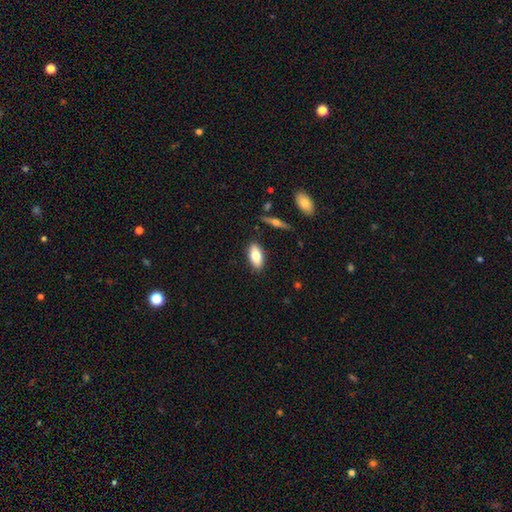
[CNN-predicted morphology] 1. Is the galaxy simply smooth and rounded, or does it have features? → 76% smooth, 17% featured or disk, 7% star or artifact.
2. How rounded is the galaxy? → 85% in between, 12% cigar-shaped, 2% round.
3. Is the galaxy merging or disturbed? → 86% none, 10% minor disturbance, 2% major disturbance, 2% merger.